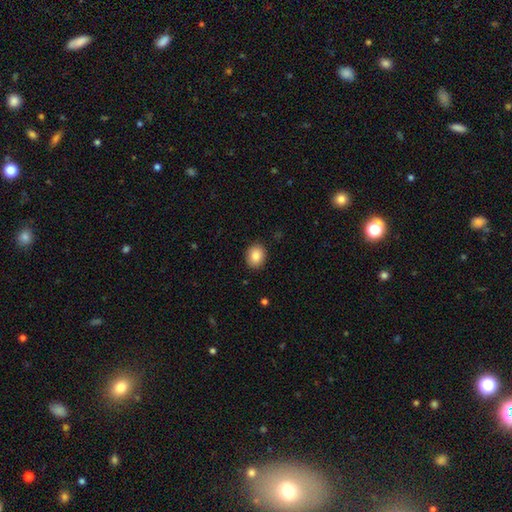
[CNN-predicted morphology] Q: Smooth or featured?
A: smooth (86%); runner-up: star or artifact (8%)
Q: How rounded?
A: round (64%); runner-up: in between (35%)
Q: Merging?
A: none (89%); runner-up: minor disturbance (8%)